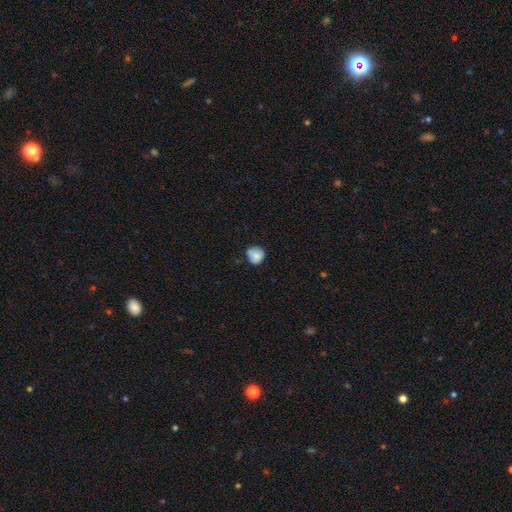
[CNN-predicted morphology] Smooth or featured?
  - smooth: 77% *
  - featured or disk: 14%
  - star or artifact: 8%
How rounded?
  - round: 85% *
  - in between: 14%
  - cigar-shaped: 1%
Merging?
  - none: 66% *
  - minor disturbance: 25%
  - major disturbance: 6%
  - merger: 3%